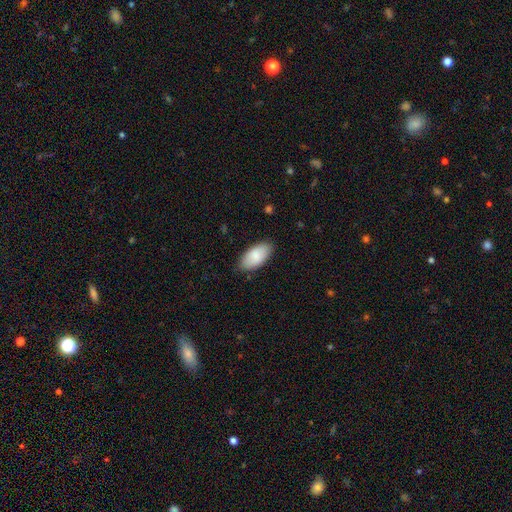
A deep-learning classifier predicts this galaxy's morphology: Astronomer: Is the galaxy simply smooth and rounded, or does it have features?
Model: smooth — 85%.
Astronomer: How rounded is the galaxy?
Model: in between — 95%.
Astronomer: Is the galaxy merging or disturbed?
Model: none — 84%.